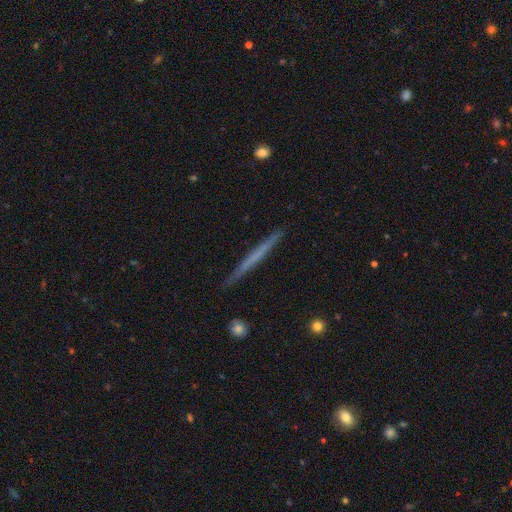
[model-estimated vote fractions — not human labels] Overall: featured or disk (49%; smooth 46%). Merging: none (91%).